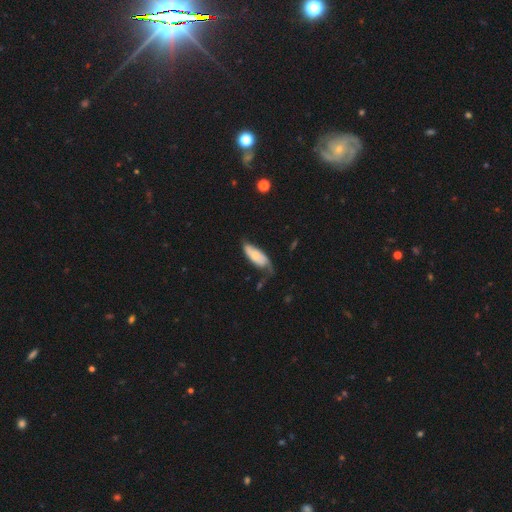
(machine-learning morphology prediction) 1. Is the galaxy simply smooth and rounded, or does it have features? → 52% smooth, 42% featured or disk, 6% star or artifact.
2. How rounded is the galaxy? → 78% in between, 20% cigar-shaped, 2% round.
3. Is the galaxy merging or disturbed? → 35% none (tied), 35% minor disturbance (tied), 27% major disturbance, 4% merger.